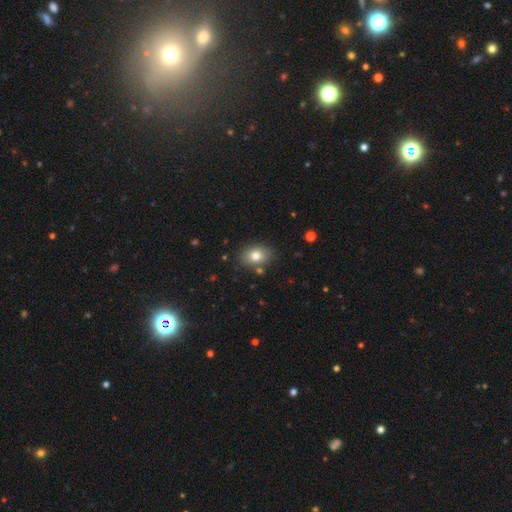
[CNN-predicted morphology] smooth 78%, featured or disk 12%, star or artifact 10%. Down the decision tree: how rounded — in between (68%); merging — none (82%).